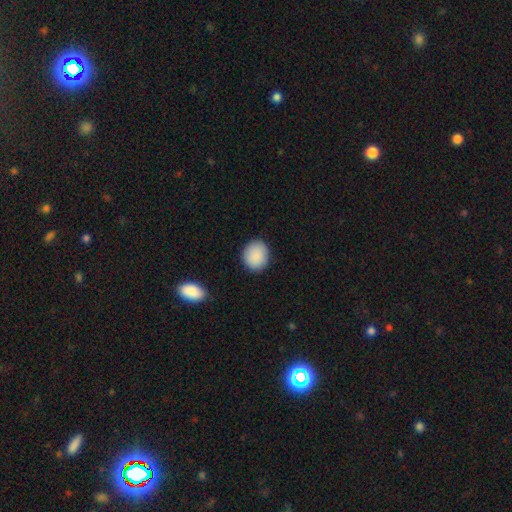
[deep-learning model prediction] Overall: smooth (89%). How rounded: round (77%). Merging: none (88%).